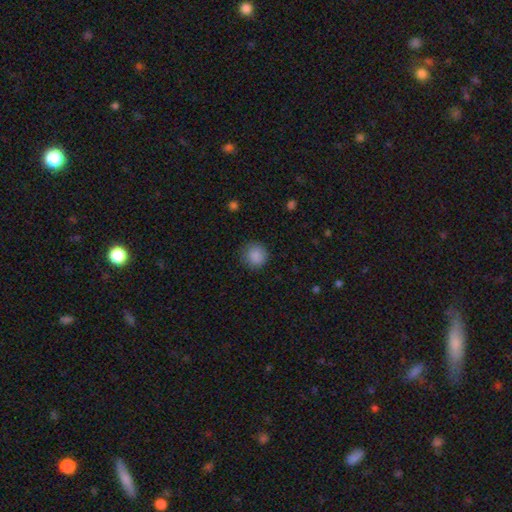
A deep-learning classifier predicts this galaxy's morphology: Overall: smooth (87%). How rounded: round (91%). Merging: none (85%).